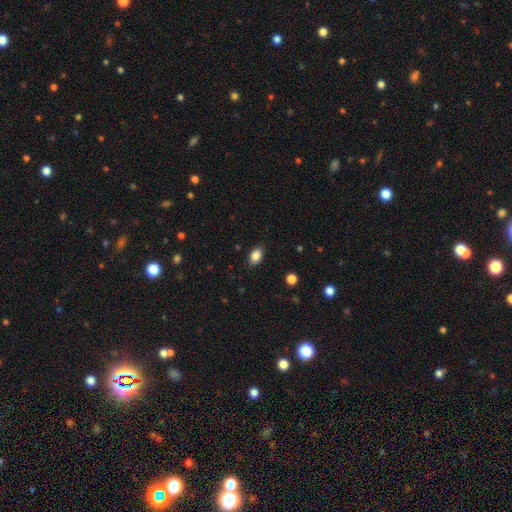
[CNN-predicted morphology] This appears to be a smooth galaxy with no disk features (86%) that is in between round and cigar-shaped (84%). Merging: none (85%).